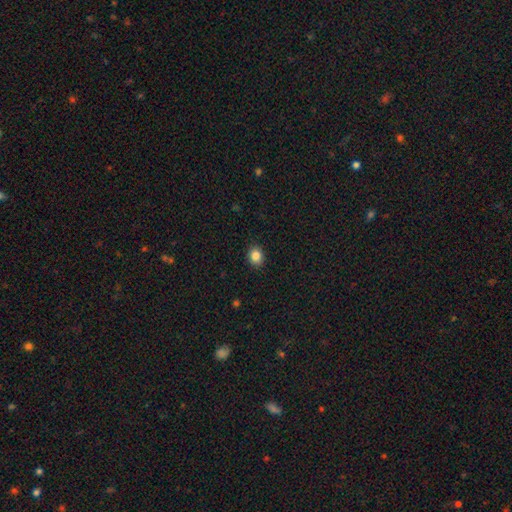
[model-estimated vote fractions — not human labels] smooth-or-featured: smooth: 84% | star or artifact: 10% | featured or disk: 5%
  how-rounded: round: 59% | in between: 40% | cigar-shaped: 1%
  merging: none: 90% | minor disturbance: 8% | major disturbance: 2% | merger: 1%